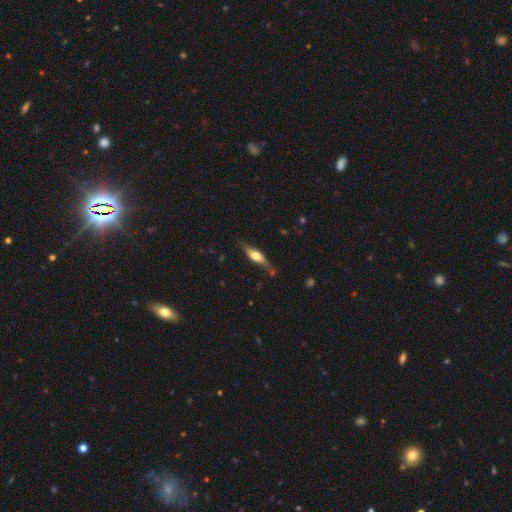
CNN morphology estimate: Smooth or featured? Predicted: featured or disk (p=0.51). Edge-on disk? Predicted: yes (p=0.85). Merging? Predicted: none (p=0.69).